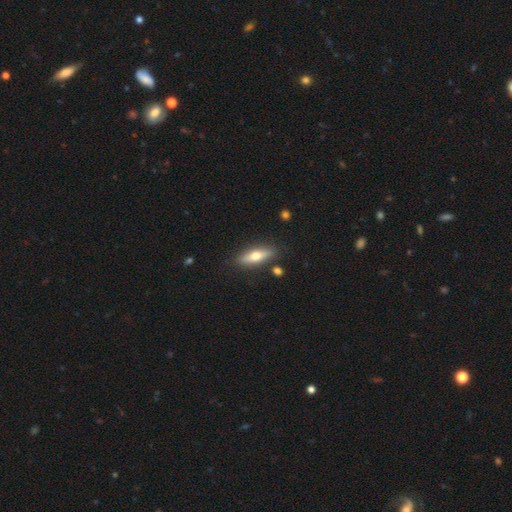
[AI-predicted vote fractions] Smooth or featured? smooth (53%)
How rounded? cigar-shaped (51%)
Merging? none (84%)